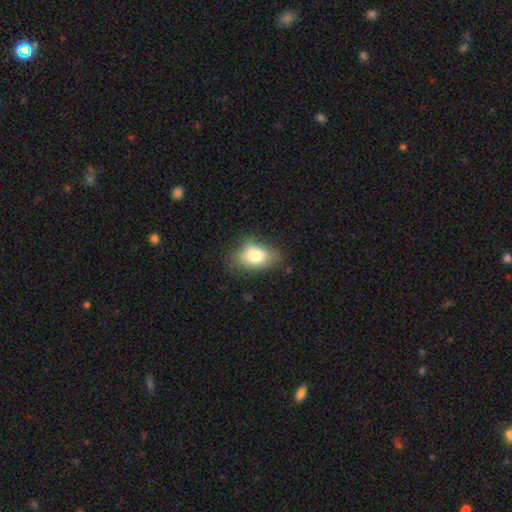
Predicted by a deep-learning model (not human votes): Smooth or featured?
  - smooth: 78% *
  - featured or disk: 13%
  - star or artifact: 9%
How rounded?
  - in between: 85% *
  - round: 13%
  - cigar-shaped: 2%
Merging?
  - none: 62% *
  - minor disturbance: 26%
  - major disturbance: 9%
  - merger: 2%